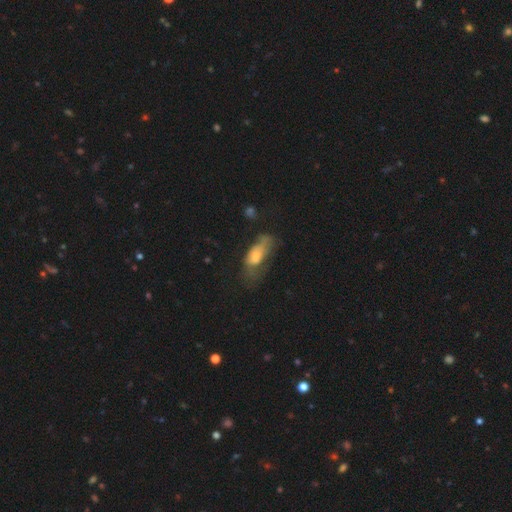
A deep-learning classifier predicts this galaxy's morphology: Smooth or featured? smooth (55%)
How rounded? in between (78%)
Merging? major disturbance (37%)